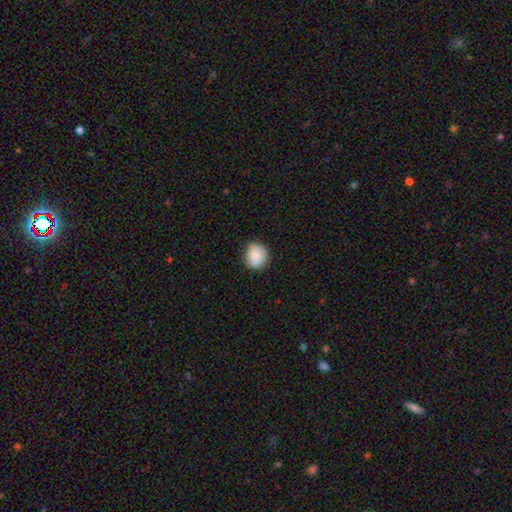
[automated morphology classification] Smooth or featured? Predicted: smooth (p=0.71). How rounded? Predicted: round (p=0.84). Merging? Predicted: none (p=0.75).